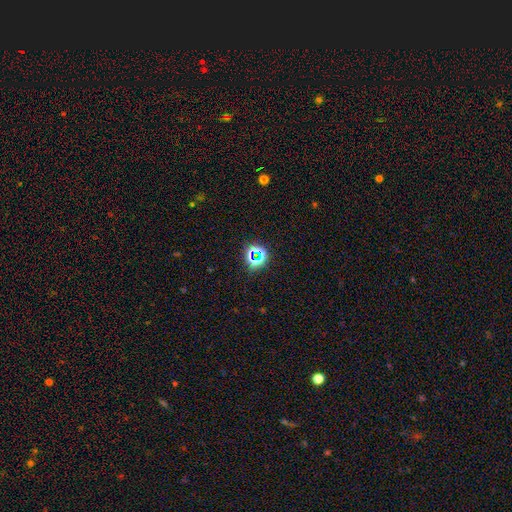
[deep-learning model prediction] Overall: star or artifact (65%).